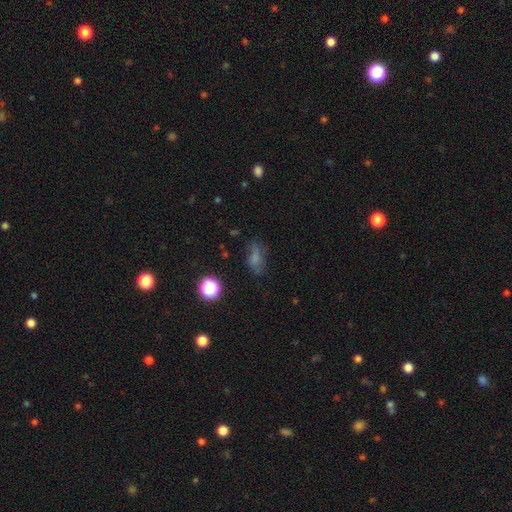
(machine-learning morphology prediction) A smooth galaxy with no disk features (54%) that is in between round and cigar-shaped (71%). Merging: none (67%).